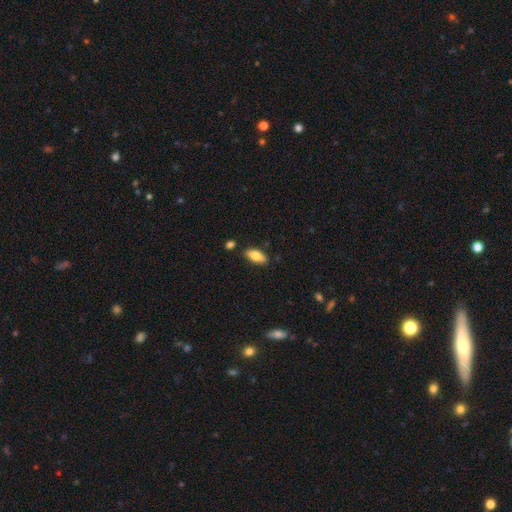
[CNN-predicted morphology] This appears to be a smooth galaxy with no disk features (74%) that is in between round and cigar-shaped (86%). Merging: none (84%).